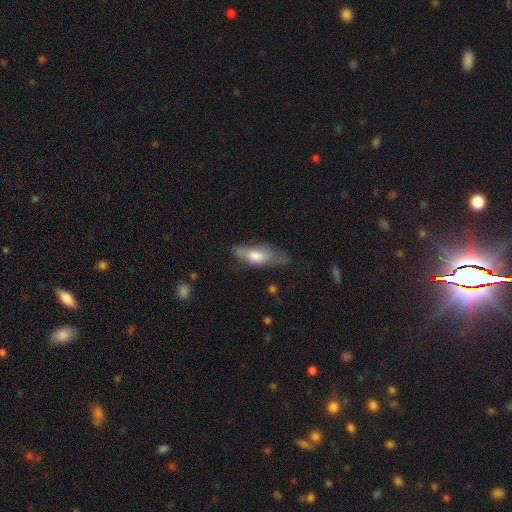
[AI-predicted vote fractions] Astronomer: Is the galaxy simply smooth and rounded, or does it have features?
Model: smooth — 60%.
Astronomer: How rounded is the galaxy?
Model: in between — 60% (runner-up: cigar-shaped, 37%).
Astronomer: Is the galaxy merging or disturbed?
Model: none — 47% (runner-up: minor disturbance, 34%).